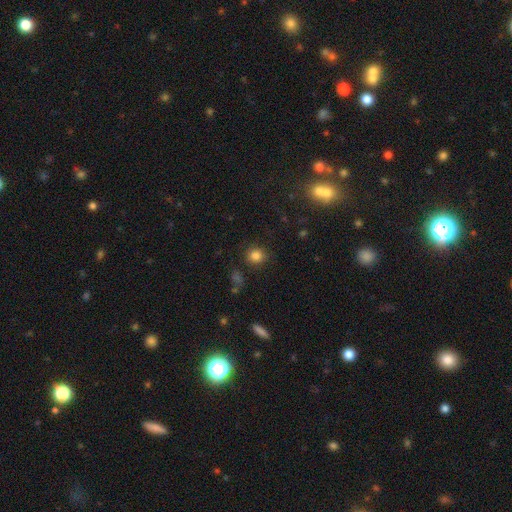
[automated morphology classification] This appears to be a smooth galaxy with no disk features (83%) that is round (85%). Merging: none (87%).